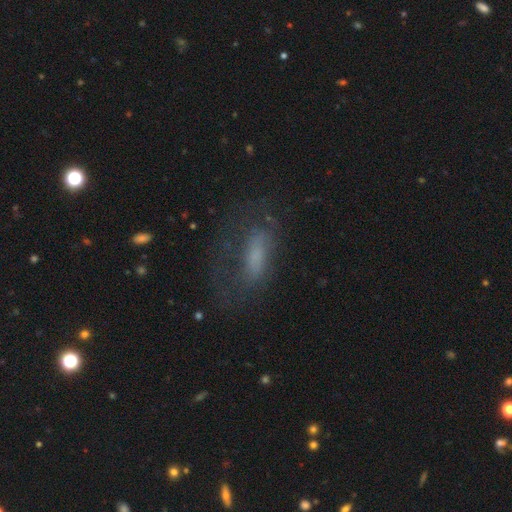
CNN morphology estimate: Smooth or featured? smooth (47%)
Merging? none (48%)